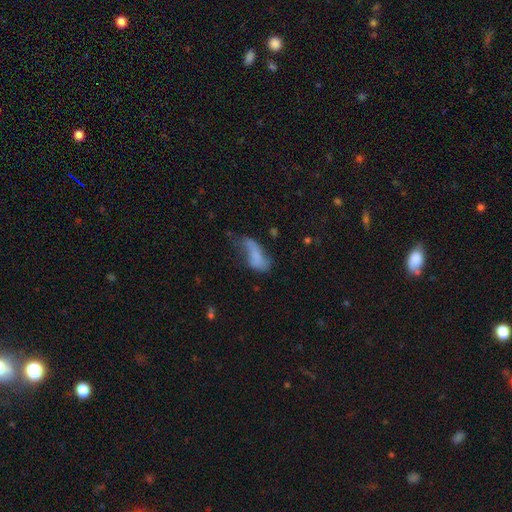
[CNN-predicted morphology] Smooth or featured? smooth (63%)
How rounded? in between (78%)
Merging? major disturbance (39%)